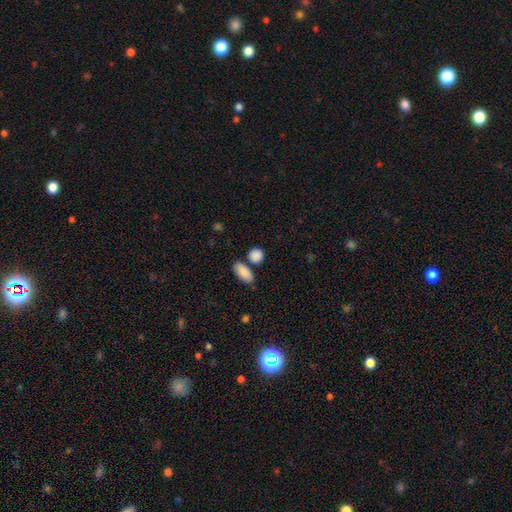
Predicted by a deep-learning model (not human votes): Smooth or featured? Predicted: smooth (p=0.88). How rounded? Predicted: round (p=0.55). Merging? Predicted: none (p=0.71).